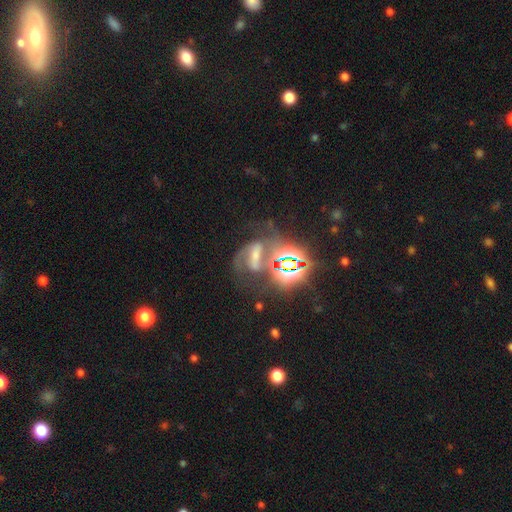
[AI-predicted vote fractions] Smooth or featured?
  - featured or disk: 47% *
  - star or artifact: 37%
  - smooth: 16%
Merging?
  - none: 46% *
  - major disturbance: 22%
  - minor disturbance: 18%
  - merger: 14%